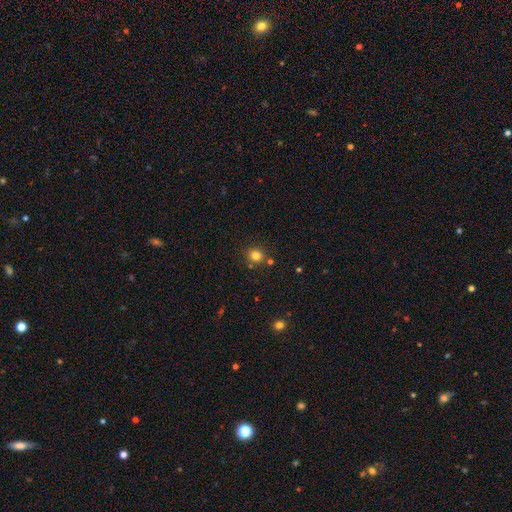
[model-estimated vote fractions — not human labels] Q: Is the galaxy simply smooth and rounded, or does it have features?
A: smooth — 79%.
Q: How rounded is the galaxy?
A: round — 85%.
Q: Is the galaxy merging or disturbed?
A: none — 82%.